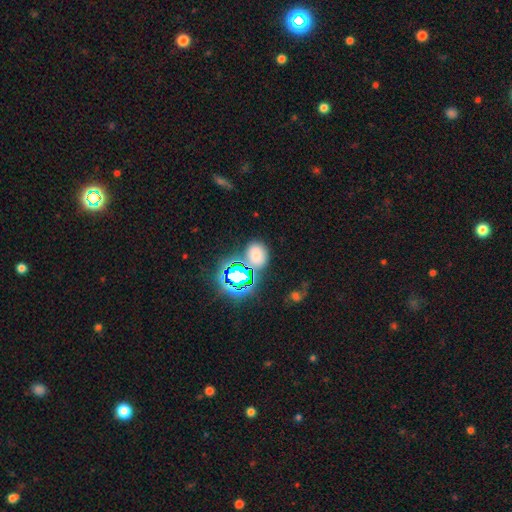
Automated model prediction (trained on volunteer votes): Smooth or featured: smooth — 60% (star or artifact — 32%)
How rounded: in between — 55% (round — 44%)
Merging: none — 72% (minor disturbance — 13%)